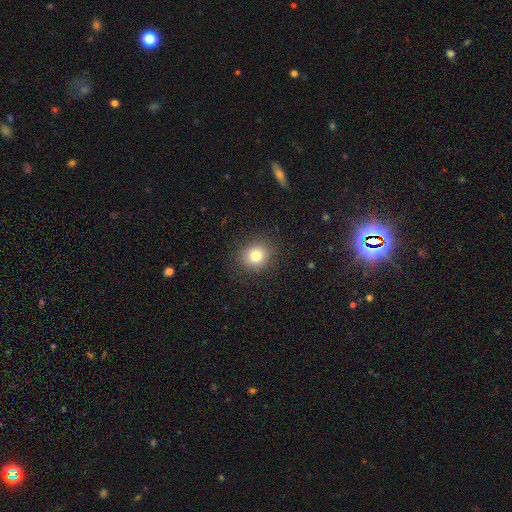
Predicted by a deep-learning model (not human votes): A smooth galaxy with no disk features (80%) that is round (80%). Merging: none (89%).